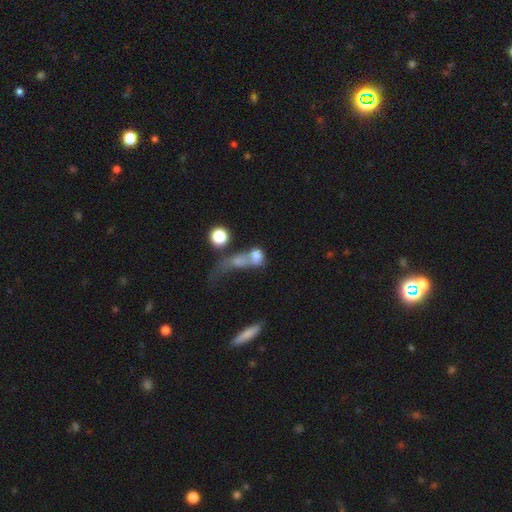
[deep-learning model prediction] A smooth galaxy with no disk features (66%) that is in between round and cigar-shaped (47%). Merging: merger (58%).